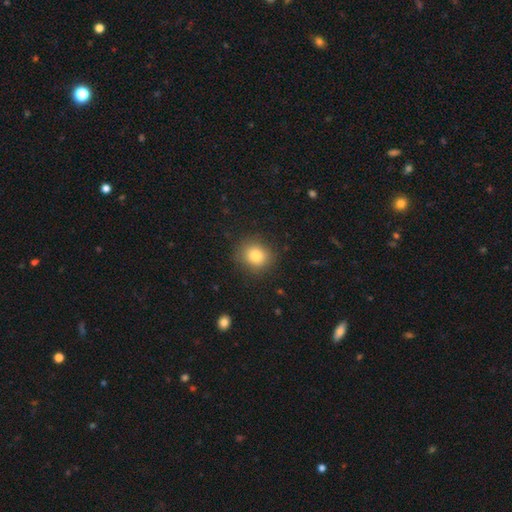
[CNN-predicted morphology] Overall: smooth (82%). How rounded: round (78%). Merging: none (86%).